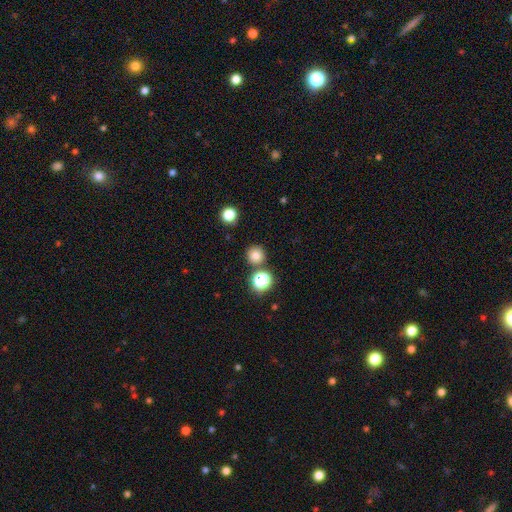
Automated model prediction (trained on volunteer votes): Smooth or featured? Predicted: smooth (p=0.77). How rounded? Predicted: round (p=0.94). Merging? Predicted: none (p=0.82).